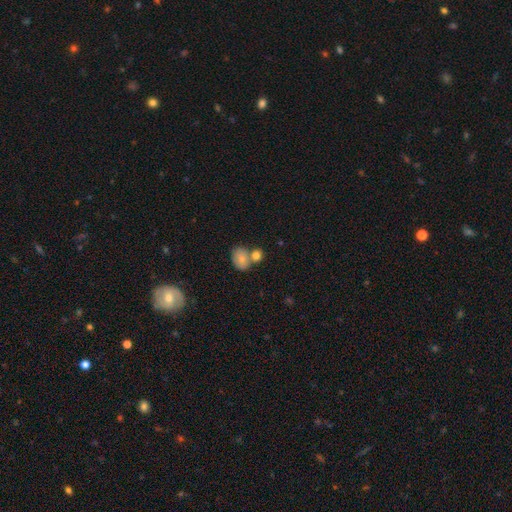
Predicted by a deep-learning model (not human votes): Smooth or featured? smooth (80%)
How rounded? round (54%)
Merging? merger (44%, tied with none)